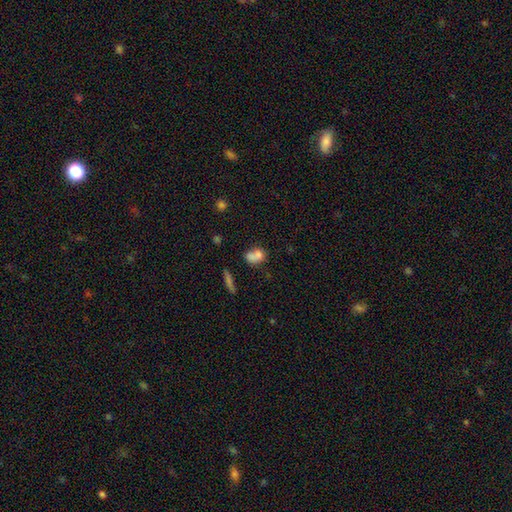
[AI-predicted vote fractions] smooth 71%, featured or disk 18%, star or artifact 11%. Down the decision tree: how rounded — in between (54%); merging — merger (54%).